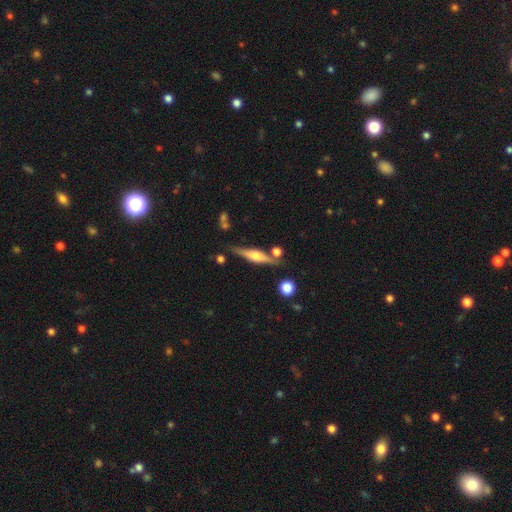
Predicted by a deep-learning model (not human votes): Q: Smooth or featured?
A: featured or disk (72%); runner-up: smooth (21%)
Q: Edge-on disk?
A: yes (96%); runner-up: no (4%)
Q: Edge-on bulge?
A: rounded (88%); runner-up: boxy (10%)
Q: Merging?
A: none (79%); runner-up: minor disturbance (11%)